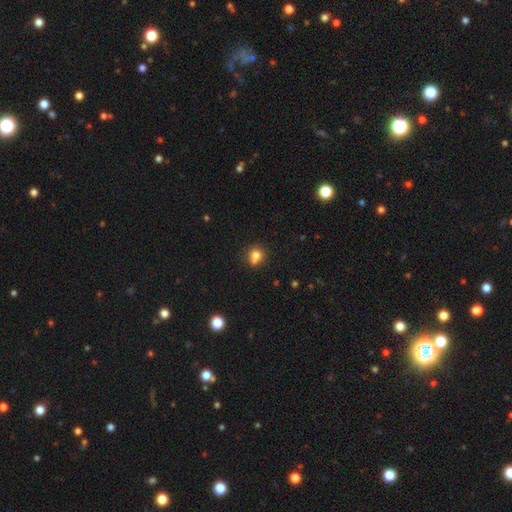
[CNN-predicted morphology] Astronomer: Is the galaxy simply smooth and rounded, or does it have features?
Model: smooth — 75%.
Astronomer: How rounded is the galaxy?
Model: round — 81%.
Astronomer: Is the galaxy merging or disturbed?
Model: none — 48% (runner-up: merger, 38%).